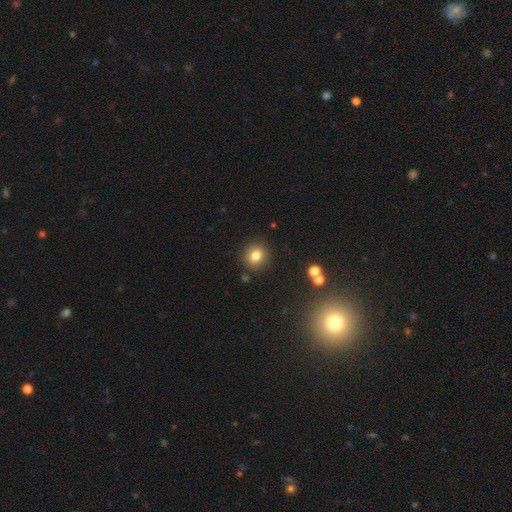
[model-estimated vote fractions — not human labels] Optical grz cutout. It shows a smooth galaxy with no disk features (81%) that is round (81%). Merging: none (87%).